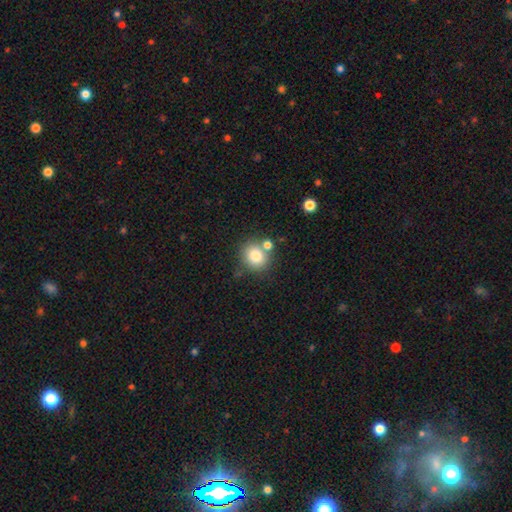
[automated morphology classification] Smooth or featured? Predicted: smooth (p=0.79). How rounded? Predicted: round (p=0.83). Merging? Predicted: none (p=0.69).